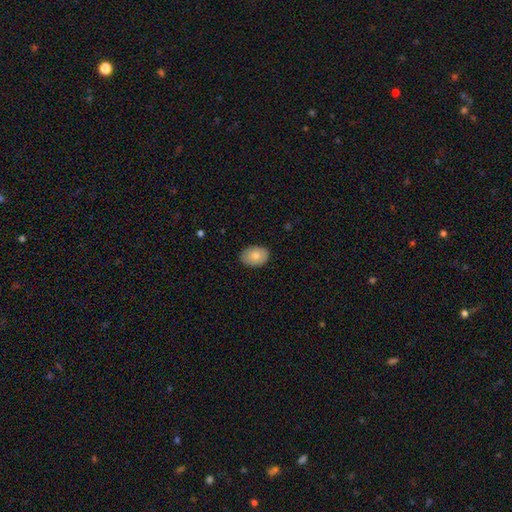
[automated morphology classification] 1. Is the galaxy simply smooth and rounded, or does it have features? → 78% smooth, 15% featured or disk, 7% star or artifact.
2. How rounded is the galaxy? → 77% in between, 22% round, 1% cigar-shaped.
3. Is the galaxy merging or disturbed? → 84% none, 12% minor disturbance, 2% major disturbance, 1% merger.